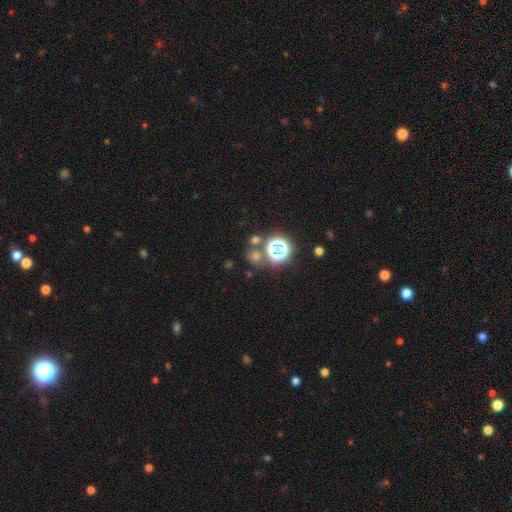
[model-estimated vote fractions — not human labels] This is possibly a star or artifact rather than a galaxy (50%).